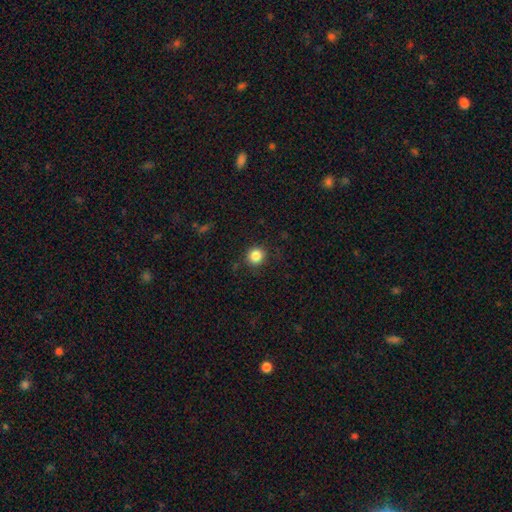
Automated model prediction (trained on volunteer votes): Smooth or featured?
  - smooth: 85% *
  - star or artifact: 11%
  - featured or disk: 4%
How rounded?
  - round: 92% *
  - in between: 7%
  - cigar-shaped: 1%
Merging?
  - none: 88% *
  - minor disturbance: 8%
  - major disturbance: 3%
  - merger: 1%